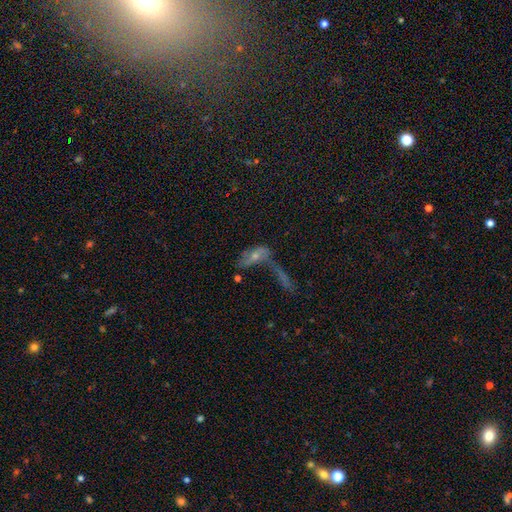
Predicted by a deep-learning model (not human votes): smooth 48%, featured or disk 40%, star or artifact 12%. Down the decision tree: merging — merger (47%).